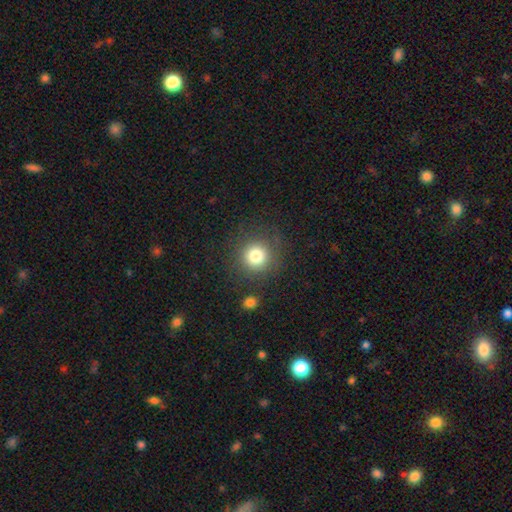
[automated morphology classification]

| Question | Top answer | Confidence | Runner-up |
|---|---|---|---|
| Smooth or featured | smooth | 79% | star or artifact (13%) |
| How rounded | round | 93% | in between (6%) |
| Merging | none | 83% | minor disturbance (9%) |